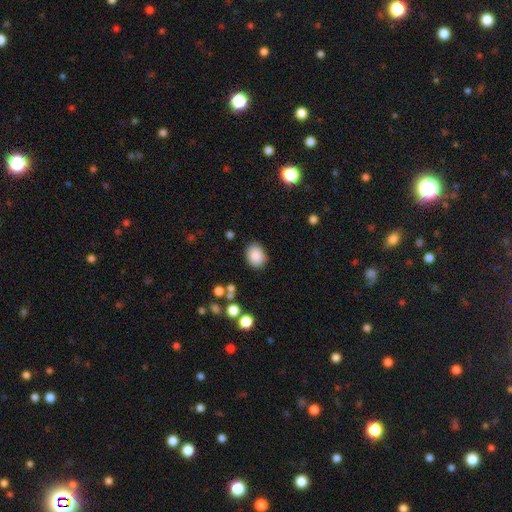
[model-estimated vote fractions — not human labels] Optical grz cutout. It shows a smooth galaxy with no disk features (87%) that is in between round and cigar-shaped (67%). Merging: none (85%).